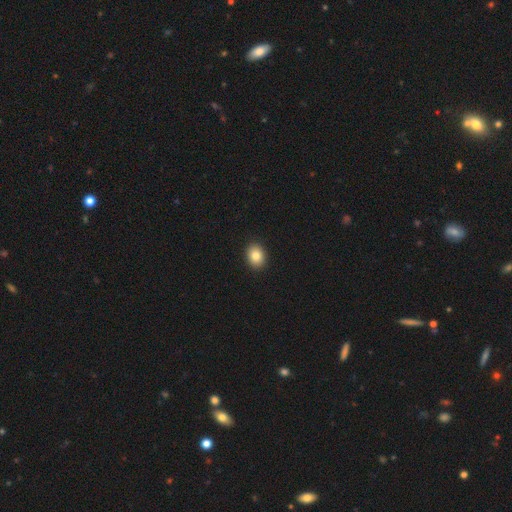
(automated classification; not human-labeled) Q: Smooth or featured?
A: smooth (85%); runner-up: star or artifact (9%)
Q: How rounded?
A: in between (53%); runner-up: round (46%)
Q: Merging?
A: none (92%); runner-up: minor disturbance (6%)